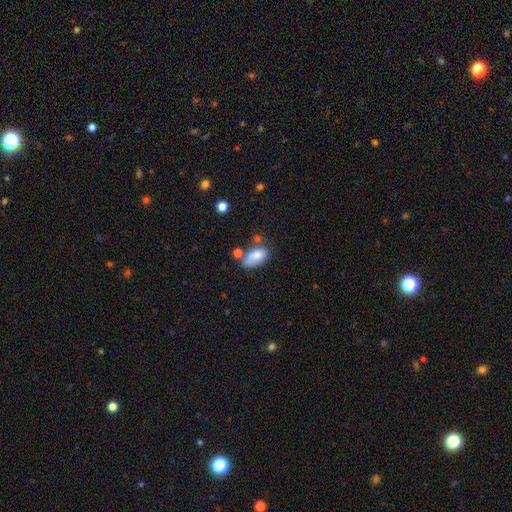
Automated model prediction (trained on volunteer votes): Smooth or featured? smooth (77%)
How rounded? in between (91%)
Merging? none (44%)